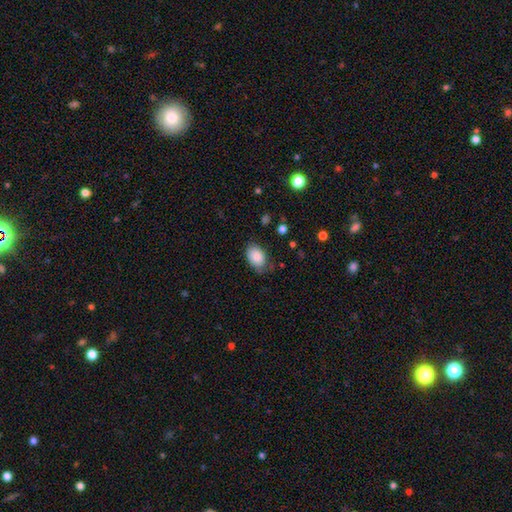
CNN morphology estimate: type=smooth (88%); roundness=in between (85%); merging=none (71%).